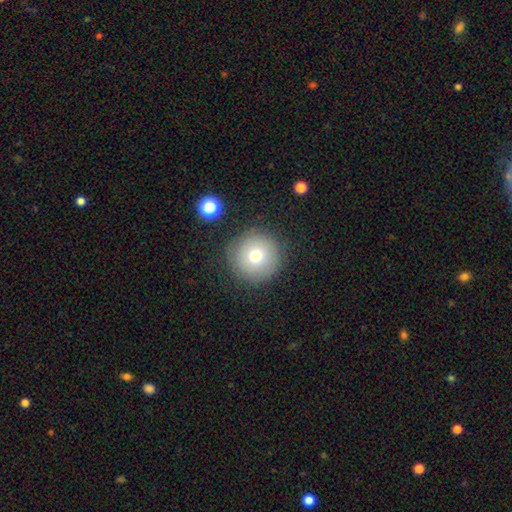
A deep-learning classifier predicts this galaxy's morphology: type=smooth (74%); roundness=round (96%); merging=none (87%).